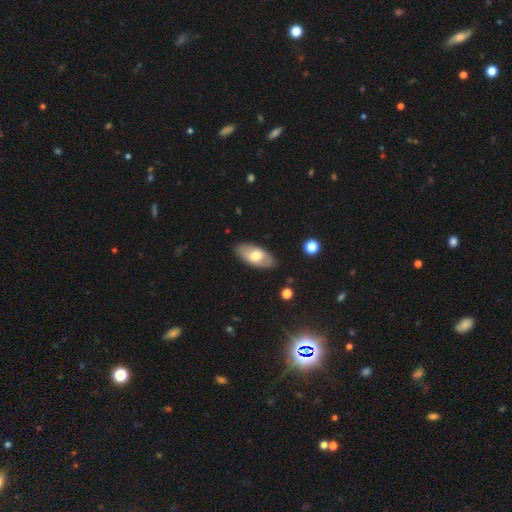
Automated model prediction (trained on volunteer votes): Morphology: type=smooth (63%); roundness=in between (91%); merging=none (86%).